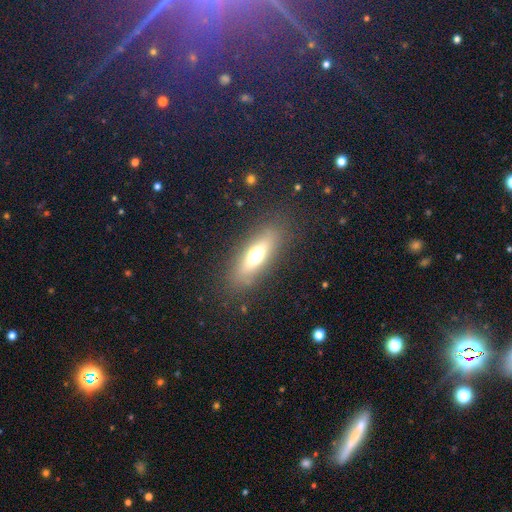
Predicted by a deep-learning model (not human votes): smooth 51%, featured or disk 38%, star or artifact 11%. Down the decision tree: how rounded — in between (53%); merging — none (83%).